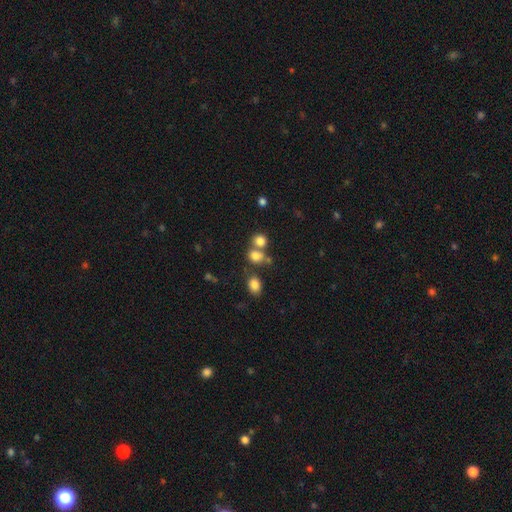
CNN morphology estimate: This appears to be a smooth galaxy with no disk features (77%) that is round (70%). Merging: none (48%).